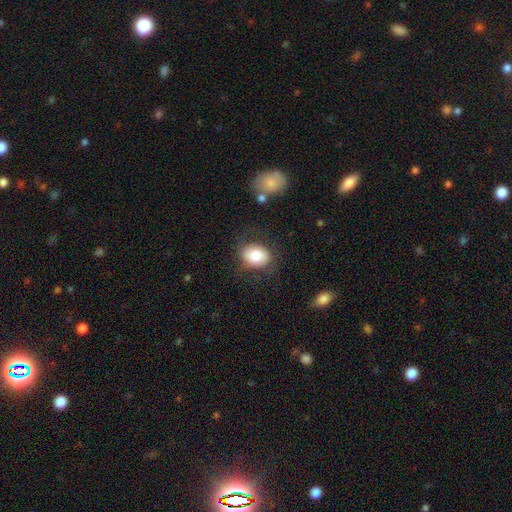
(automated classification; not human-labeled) Morphology: type=smooth (76%); roundness=in between (52%); merging=none (75%).